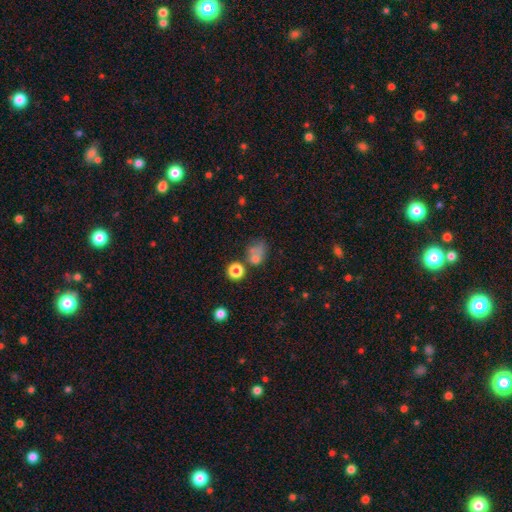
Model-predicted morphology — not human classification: This is likely a smooth galaxy (66%). How rounded: possibly round (52%). Merging: marginally none (36%).